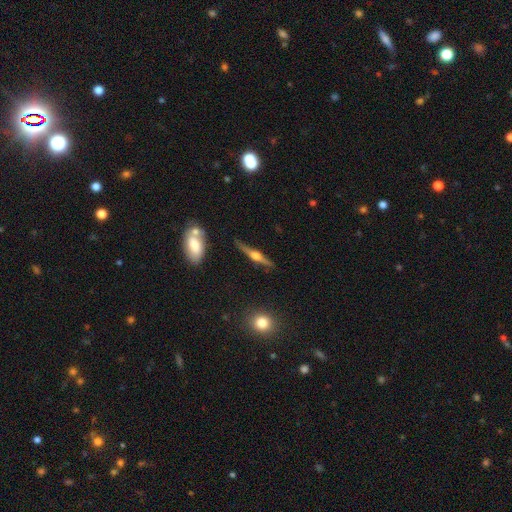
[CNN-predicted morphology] Smooth or featured?
  - featured or disk: 77% *
  - smooth: 17%
  - star or artifact: 6%
Edge-on disk?
  - yes: 97% *
  - no: 3%
Edge-on bulge?
  - rounded: 93% *
  - boxy: 5%
  - none: 2%
Merging?
  - none: 84% *
  - minor disturbance: 11%
  - major disturbance: 3%
  - merger: 3%